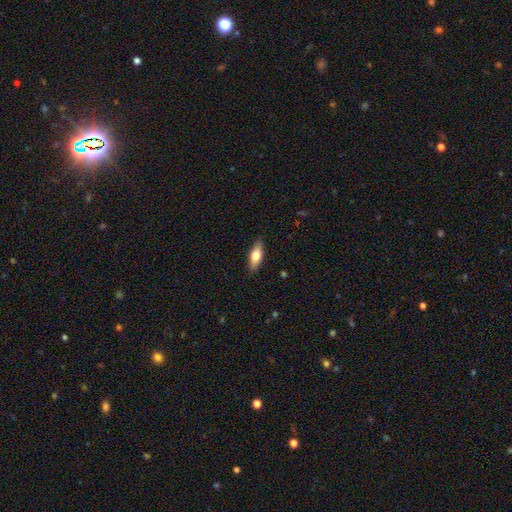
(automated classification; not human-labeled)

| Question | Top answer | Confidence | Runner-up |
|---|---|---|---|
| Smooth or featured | smooth | 67% | featured or disk (27%) |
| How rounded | in between | 62% | cigar-shaped (35%) |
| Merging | none | 87% | minor disturbance (10%) |